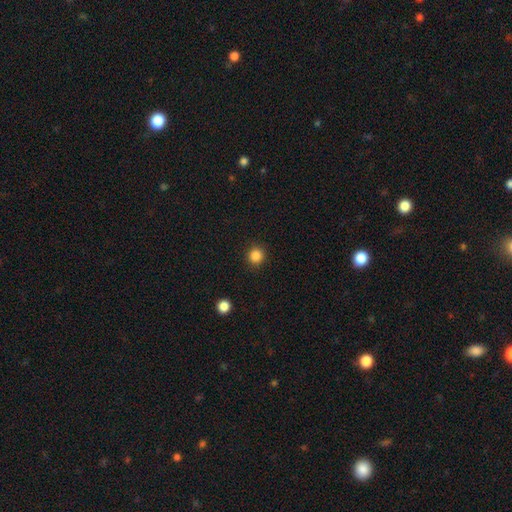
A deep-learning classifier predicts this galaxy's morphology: A smooth galaxy with no disk features (86%) that is round (93%).

Vote fractions:
- Smooth or featured? smooth: 86% / star or artifact: 11% / featured or disk: 3%
- How rounded? round: 93% / in between: 7% / cigar-shaped: 1%
- Merging? none: 91% / minor disturbance: 6% / major disturbance: 2% / merger: 1%